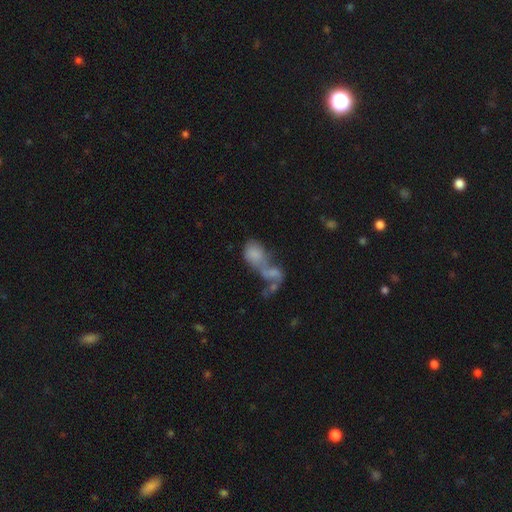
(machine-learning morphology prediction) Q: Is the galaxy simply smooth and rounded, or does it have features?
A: smooth — 62%.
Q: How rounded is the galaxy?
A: in between — 75%.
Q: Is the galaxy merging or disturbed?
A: merger — 73%.